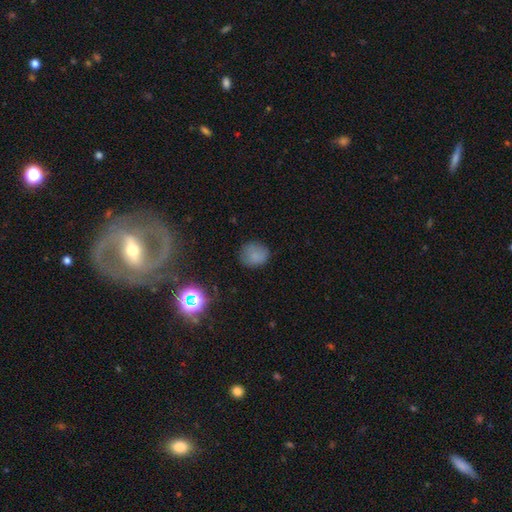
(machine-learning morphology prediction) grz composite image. It shows a smooth galaxy with no disk features (77%) that is round (76%). Merging: none (76%).